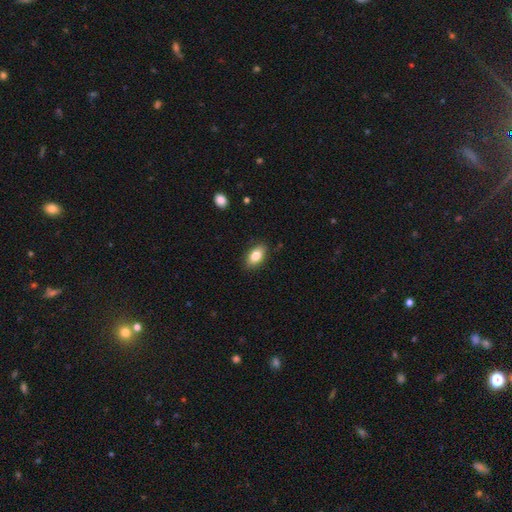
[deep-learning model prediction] A smooth galaxy with no disk features (82%) that is in between round and cigar-shaped (89%). Merging: none (86%).